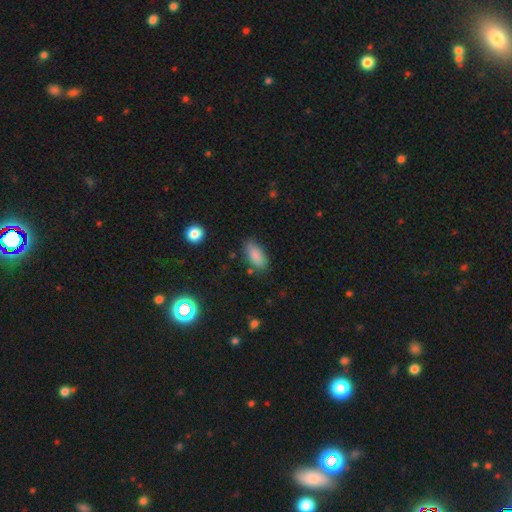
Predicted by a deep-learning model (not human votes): Morphology: type=smooth (86%); roundness=in between (87%); merging=none (79%).